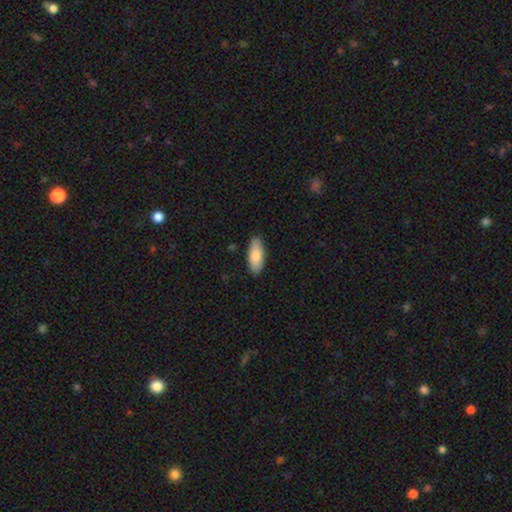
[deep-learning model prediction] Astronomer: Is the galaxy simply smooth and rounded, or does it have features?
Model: smooth — 84%.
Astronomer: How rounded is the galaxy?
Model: in between — 81%.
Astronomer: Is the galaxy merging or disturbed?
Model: none — 86%.